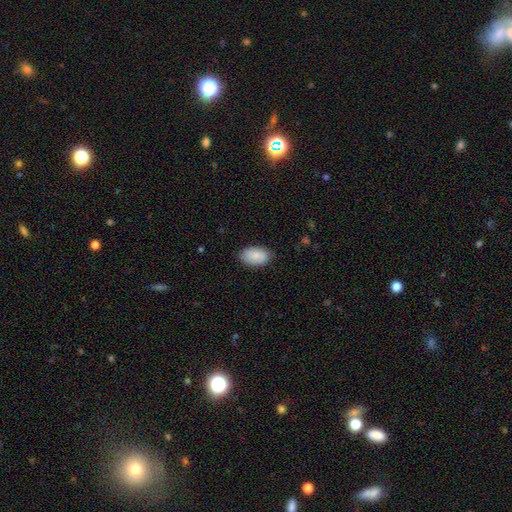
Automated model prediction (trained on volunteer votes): A smooth galaxy with no disk features (85%) that is in between round and cigar-shaped (94%). Merging: none (83%).